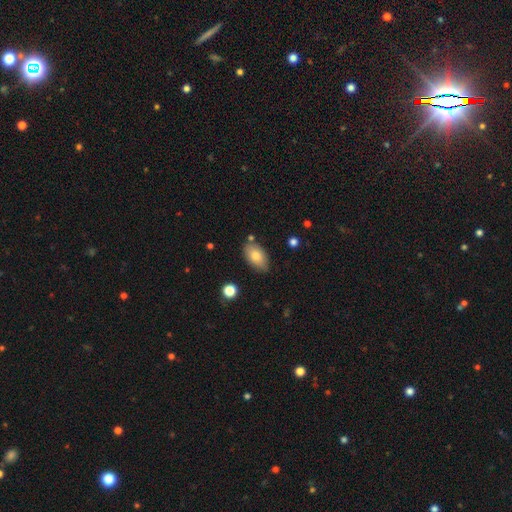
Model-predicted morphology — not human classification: Smooth or featured? Predicted: smooth (p=0.80). How rounded? Predicted: in between (p=0.92). Merging? Predicted: none (p=0.78).